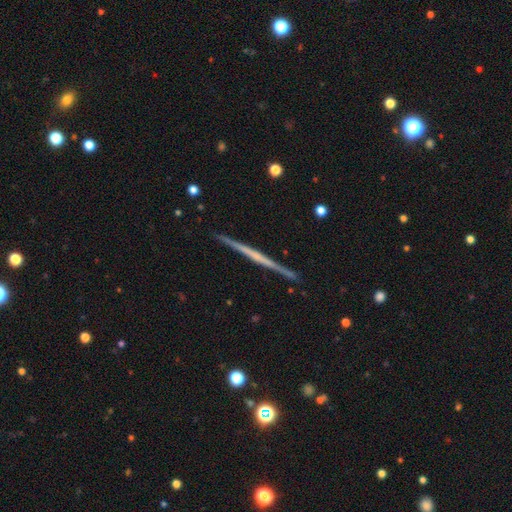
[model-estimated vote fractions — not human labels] featured or disk 71%, smooth 24%, star or artifact 5%. Down the decision tree: edge-on disk — yes (98%); edge-on bulge — none (79%); merging — none (92%).